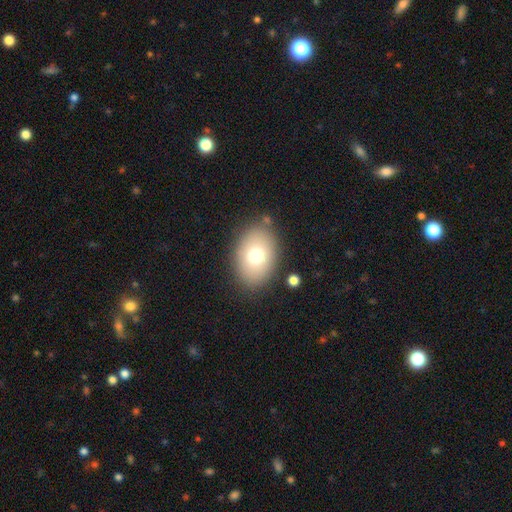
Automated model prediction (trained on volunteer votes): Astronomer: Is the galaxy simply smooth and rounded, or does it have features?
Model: smooth — 74%.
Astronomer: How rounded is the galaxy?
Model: in between — 76%.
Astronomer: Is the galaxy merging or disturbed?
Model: none — 83%.